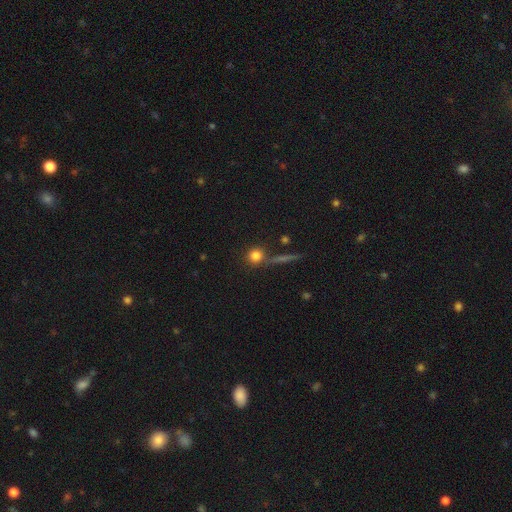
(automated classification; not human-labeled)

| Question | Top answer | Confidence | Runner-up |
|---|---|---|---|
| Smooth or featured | smooth | 79% | star or artifact (12%) |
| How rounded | round | 89% | in between (8%) |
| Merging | none | 73% | merger (13%) |